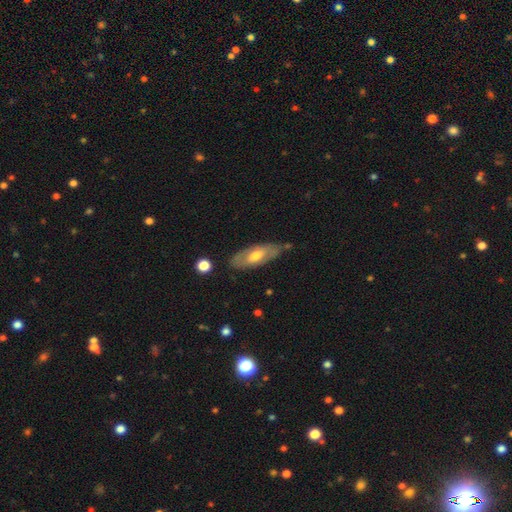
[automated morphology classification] Smooth or featured: featured or disk — 50% (smooth — 44%)
Edge-on disk: no — 71% (yes — 29%)
Merging: none — 70% (minor disturbance — 21%)